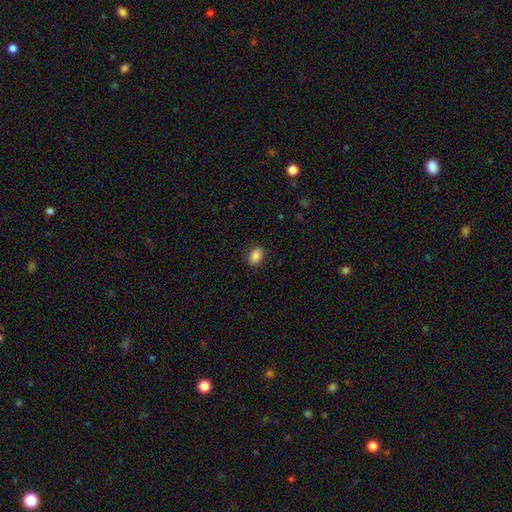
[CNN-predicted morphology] The model was most divided on "how rounded": in between: 78%, round: 21%, cigar-shaped: 1%. More confident: merging — none (88%); smooth or featured — smooth (86%).